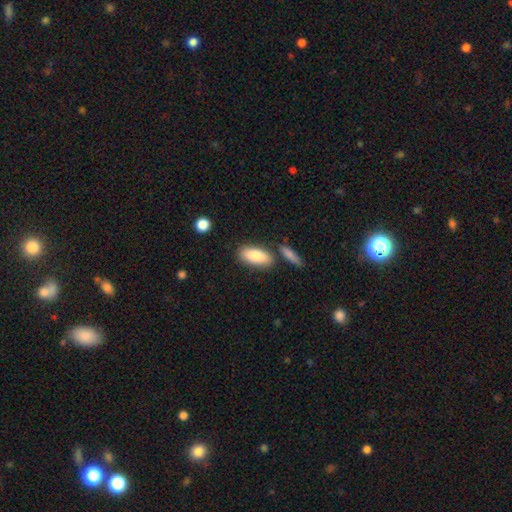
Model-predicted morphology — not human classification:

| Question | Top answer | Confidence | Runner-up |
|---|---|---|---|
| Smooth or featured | smooth | 84% | featured or disk (10%) |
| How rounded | in between | 83% | cigar-shaped (14%) |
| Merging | none | 72% | merger (13%) |